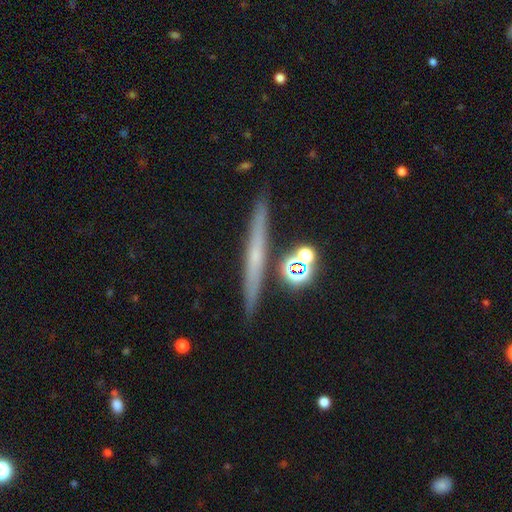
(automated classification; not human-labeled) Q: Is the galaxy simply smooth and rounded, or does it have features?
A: featured or disk — 53%.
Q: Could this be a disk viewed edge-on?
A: yes — 95%.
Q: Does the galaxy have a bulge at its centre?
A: none — 67%.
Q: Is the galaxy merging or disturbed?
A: none — 85%.